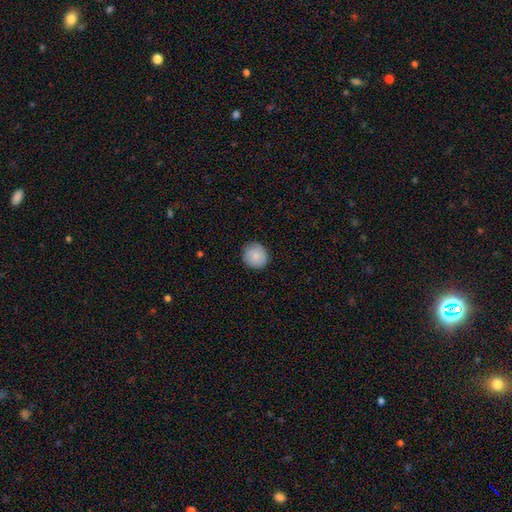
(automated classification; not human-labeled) The model was most divided on "smooth or featured": smooth: 85%, featured or disk: 8%, star or artifact: 7%. More confident: how rounded — round (92%); merging — none (87%).